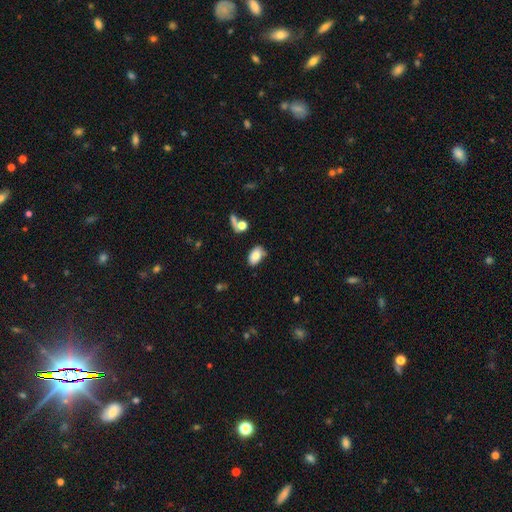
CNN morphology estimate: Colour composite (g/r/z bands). It shows a smooth galaxy with no disk features (81%) that is in between round and cigar-shaped (90%). Merging: none (67%).